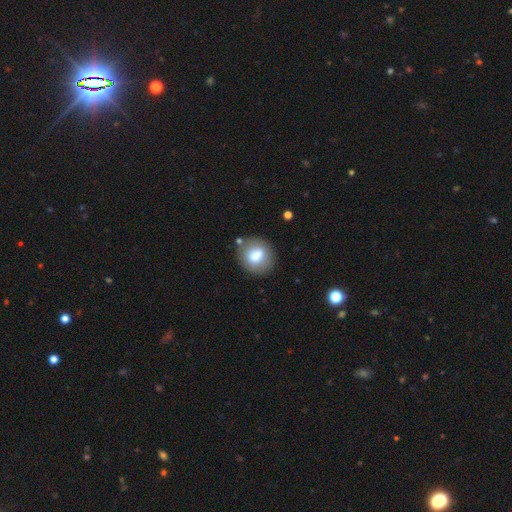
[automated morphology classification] smooth-or-featured: smooth: 72% | featured or disk: 19% | star or artifact: 8%
  how-rounded: round: 71% | in between: 28% | cigar-shaped: 1%
  merging: none: 74% | minor disturbance: 14% | merger: 7% | major disturbance: 5%